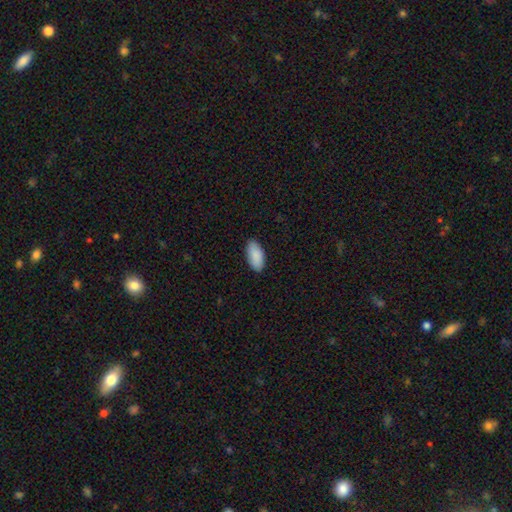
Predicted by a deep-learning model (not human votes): Smooth or featured: smooth — 90% (star or artifact — 6%)
How rounded: in between — 92% (cigar-shaped — 6%)
Merging: none — 88% (minor disturbance — 9%)